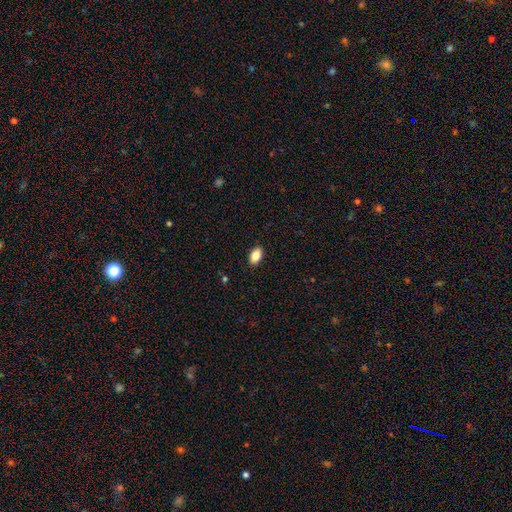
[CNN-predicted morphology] Overall: smooth (86%). How rounded: in between (91%). Merging: none (89%).